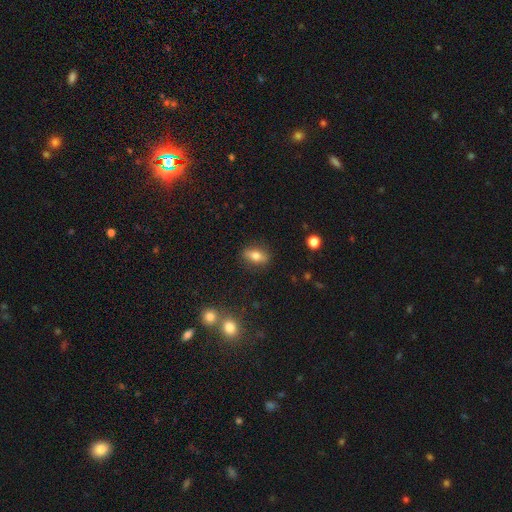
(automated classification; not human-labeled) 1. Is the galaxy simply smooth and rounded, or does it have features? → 65% smooth, 26% featured or disk, 9% star or artifact.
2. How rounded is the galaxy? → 73% in between, 17% cigar-shaped, 10% round.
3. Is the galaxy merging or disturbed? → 86% none, 10% minor disturbance, 3% major disturbance, 2% merger.